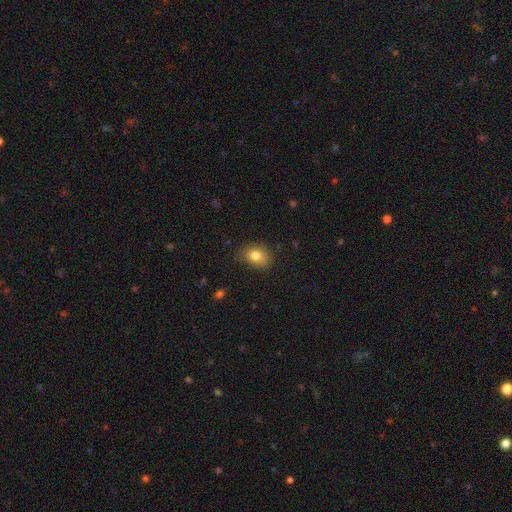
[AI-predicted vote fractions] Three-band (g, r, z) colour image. It shows a smooth galaxy with no disk features (81%) that is in between round and cigar-shaped (67%). Merging: none (78%).